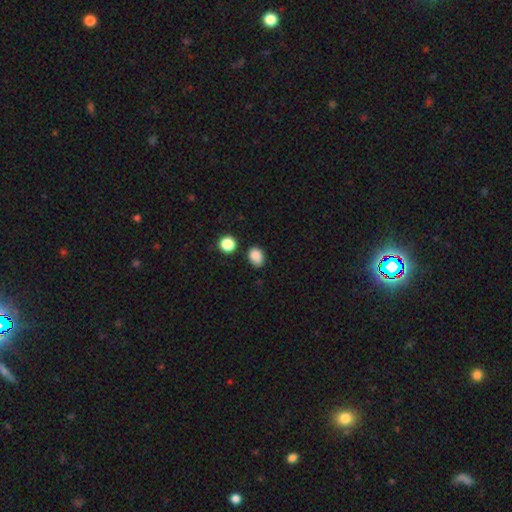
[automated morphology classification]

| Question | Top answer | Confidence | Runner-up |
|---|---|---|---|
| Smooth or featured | smooth | 86% | star or artifact (10%) |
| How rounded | in between | 70% | round (28%) |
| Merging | none | 77% | minor disturbance (16%) |